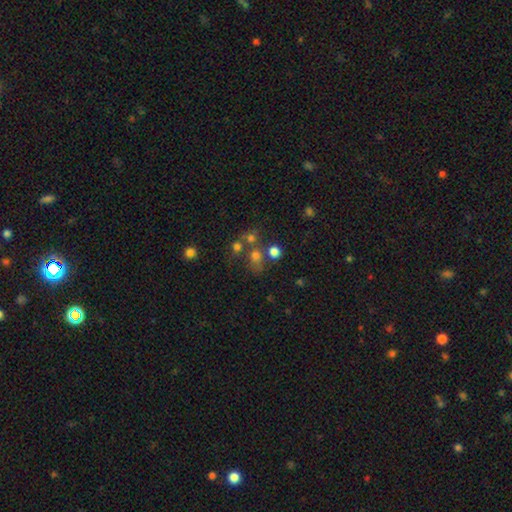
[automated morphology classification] Smooth or featured? Predicted: smooth (p=0.63). How rounded? Predicted: round (p=0.75). Merging? Predicted: none (p=0.48).